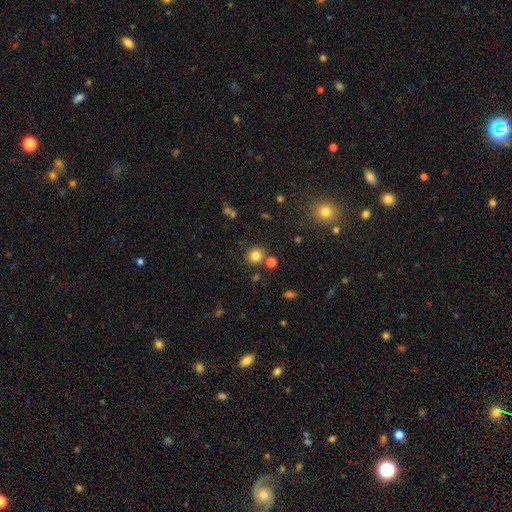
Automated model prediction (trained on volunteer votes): This appears to be a smooth galaxy with no disk features (81%) that is round (86%). Merging: none (80%).